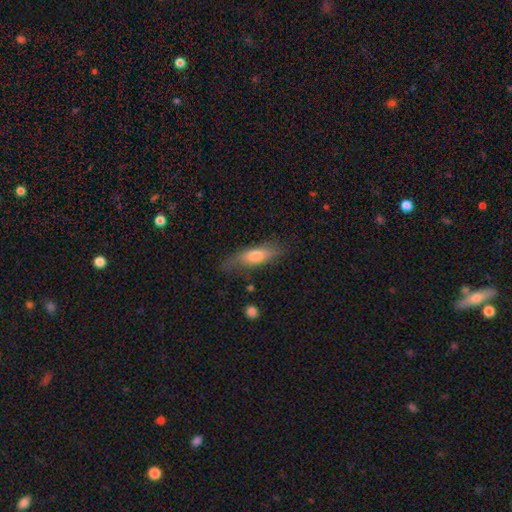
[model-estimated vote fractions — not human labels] This is likely a smooth galaxy (70%). How rounded: possibly in between (50%). Merging: likely none (67%).